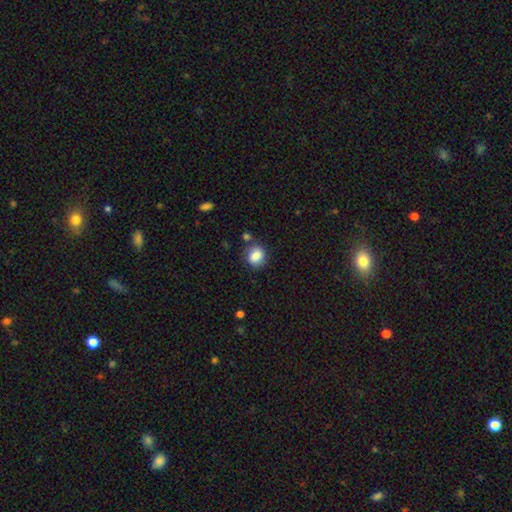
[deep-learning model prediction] This appears to be a smooth galaxy with no disk features (83%) that is round (70%). Merging: none (74%).